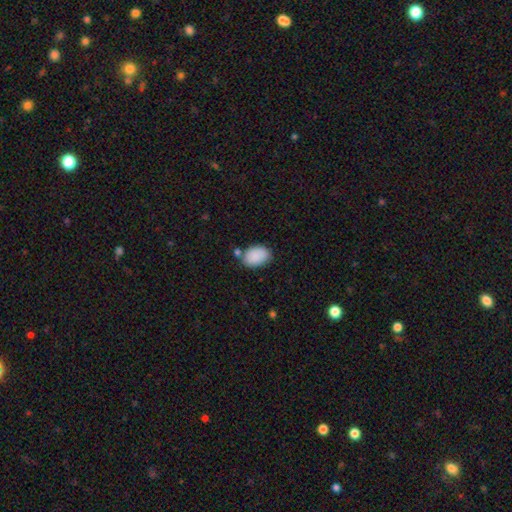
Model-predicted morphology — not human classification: smooth_or_featured: smooth (p=0.89) [alt: star or artifact p=0.07]
how_rounded: in between (p=0.88) [alt: round p=0.11]
merging: none (p=0.72) [alt: minor disturbance p=0.16]